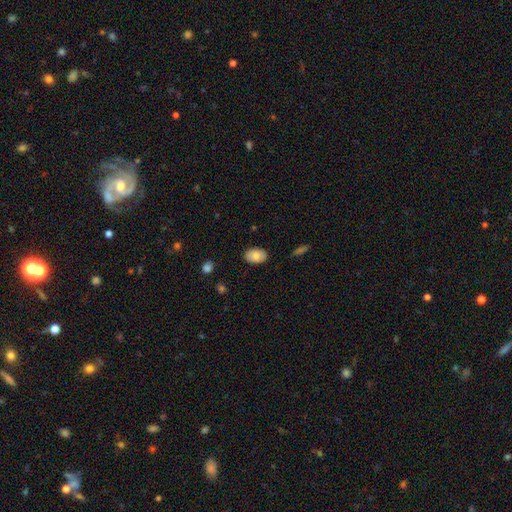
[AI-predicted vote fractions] smooth_or_featured: smooth (p=0.83) [alt: featured or disk p=0.11]
how_rounded: in between (p=0.90) [alt: round p=0.09]
merging: none (p=0.86) [alt: minor disturbance p=0.11]